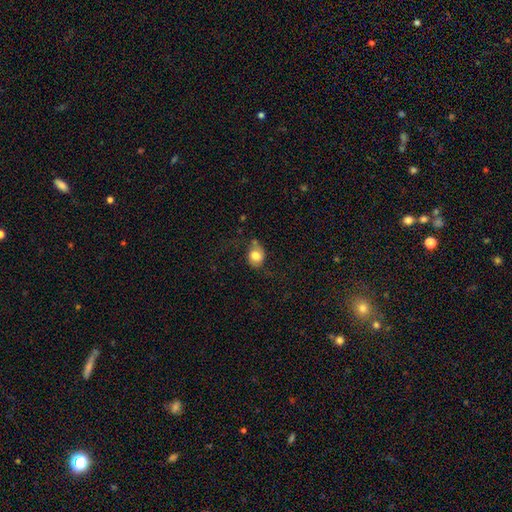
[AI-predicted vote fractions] Smooth or featured?
  - smooth: 73% *
  - featured or disk: 19%
  - star or artifact: 8%
How rounded?
  - in between: 52% *
  - round: 47%
  - cigar-shaped: 1%
Merging?
  - none: 55% *
  - minor disturbance: 26%
  - major disturbance: 15%
  - merger: 4%